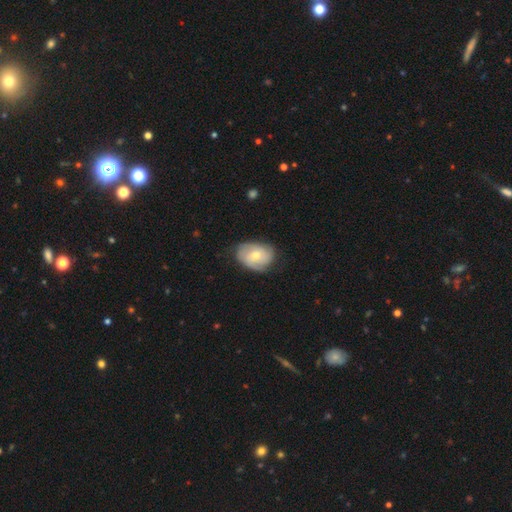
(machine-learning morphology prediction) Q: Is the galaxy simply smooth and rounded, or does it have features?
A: featured or disk — 47%, tied with smooth.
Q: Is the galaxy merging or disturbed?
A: none — 69%.